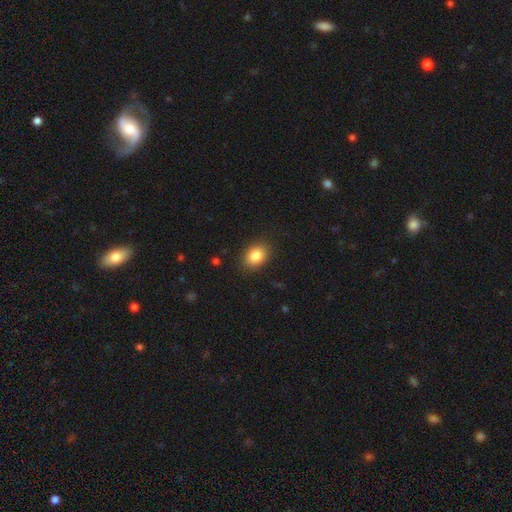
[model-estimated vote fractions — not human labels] A smooth galaxy with no disk features (85%) that is in between round and cigar-shaped (67%).

Vote fractions:
- Smooth or featured? smooth: 85% / star or artifact: 9% / featured or disk: 6%
- How rounded? in between: 67% / round: 32% / cigar-shaped: 1%
- Merging? none: 87% / minor disturbance: 10% / major disturbance: 3% / merger: 1%